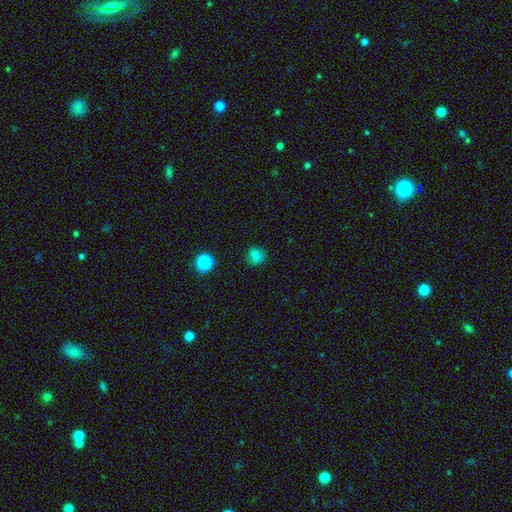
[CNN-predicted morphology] smooth-or-featured: smooth: 79% | star or artifact: 16% | featured or disk: 5%
  how-rounded: round: 79% | in between: 20% | cigar-shaped: 1%
  merging: none: 81% | minor disturbance: 13% | major disturbance: 3% | merger: 2%